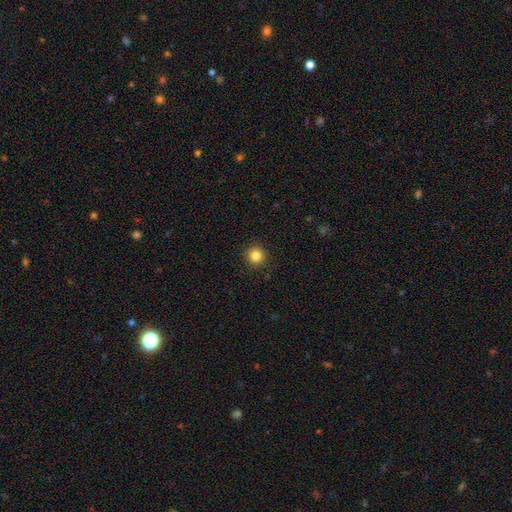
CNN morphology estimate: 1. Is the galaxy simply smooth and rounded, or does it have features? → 84% smooth, 11% star or artifact, 5% featured or disk.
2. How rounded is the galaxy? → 95% round, 4% in between, 1% cigar-shaped.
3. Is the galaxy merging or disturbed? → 92% none, 5% minor disturbance, 2% major disturbance, 1% merger.